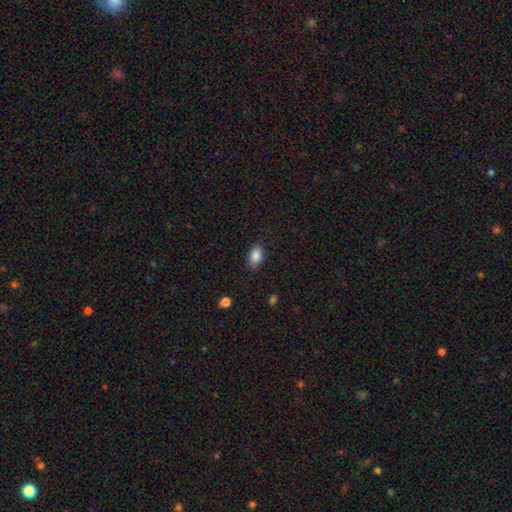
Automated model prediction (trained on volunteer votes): A smooth galaxy with no disk features (87%) that is in between round and cigar-shaped (84%).

Vote fractions:
- Smooth or featured? smooth: 87% / star or artifact: 8% / featured or disk: 5%
- How rounded? in between: 84% / round: 14% / cigar-shaped: 1%
- Merging? none: 84% / minor disturbance: 12% / major disturbance: 3% / merger: 1%